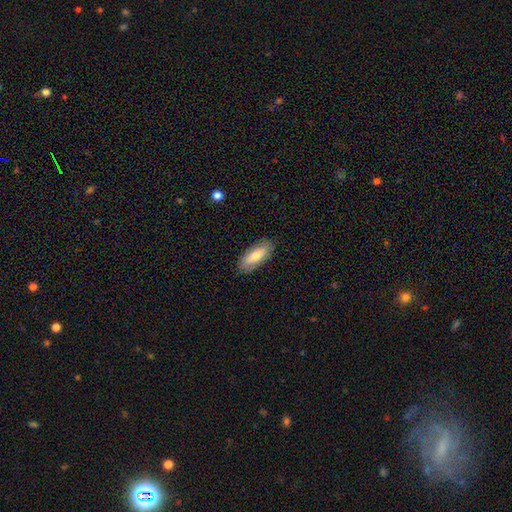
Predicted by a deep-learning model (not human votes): Q: Smooth or featured?
A: smooth (74%); runner-up: featured or disk (20%)
Q: How rounded?
A: in between (72%); runner-up: cigar-shaped (26%)
Q: Merging?
A: none (87%); runner-up: minor disturbance (10%)